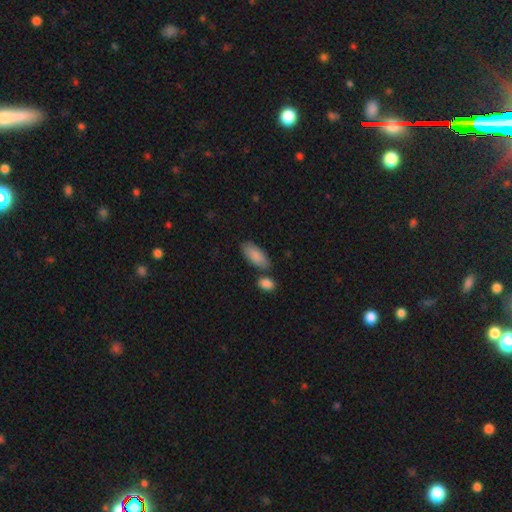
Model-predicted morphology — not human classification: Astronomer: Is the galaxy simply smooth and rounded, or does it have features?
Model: smooth — 87%.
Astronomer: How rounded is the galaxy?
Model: in between — 87%.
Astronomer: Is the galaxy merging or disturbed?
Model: none — 71%.